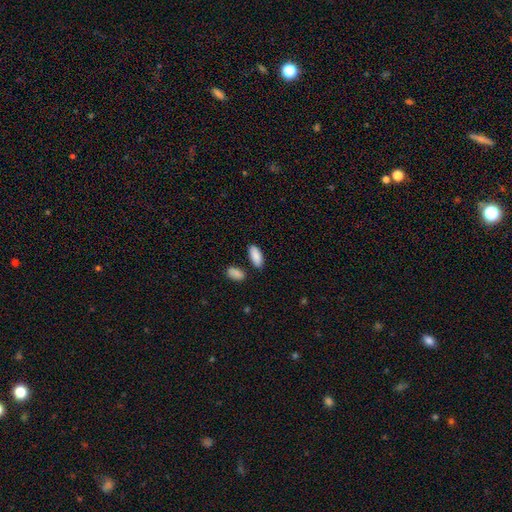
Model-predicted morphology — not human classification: Overall: smooth (89%). How rounded: in between (86%). Merging: none (77%).